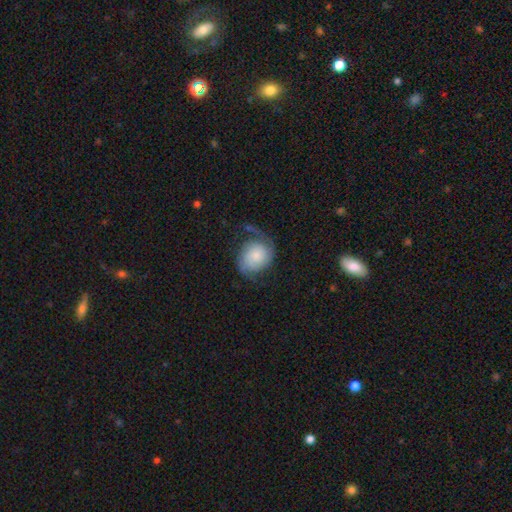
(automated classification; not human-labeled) smooth_or_featured: featured or disk (p=0.63) [alt: smooth p=0.30]
disk_edge_on: no (p=0.98) [alt: yes p=0.02]
bar: no (p=0.78) [alt: weak p=0.19]
has_spiral_arms: yes (p=0.92) [alt: no p=0.08]
spiral_winding: loose (p=0.38) [tied with: medium p=0.38]
spiral_arm_count: 2 (p=0.81) [alt: 1 p=0.07]
bulge_size: small (p=0.38) [alt: moderate p=0.23]
merging: none (p=0.54) [alt: minor disturbance p=0.23]